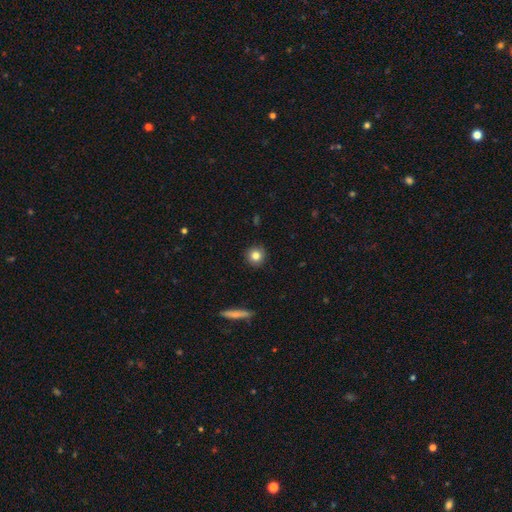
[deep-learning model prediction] Smooth or featured: smooth — 83% (star or artifact — 10%)
How rounded: round — 93% (in between — 5%)
Merging: none — 92% (minor disturbance — 6%)